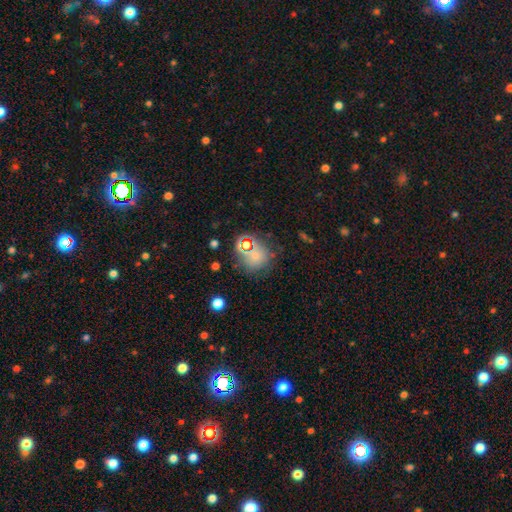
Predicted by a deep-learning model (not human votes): smooth 68%, star or artifact 21%, featured or disk 11%. Down the decision tree: how rounded — round (80%); merging — none (69%).